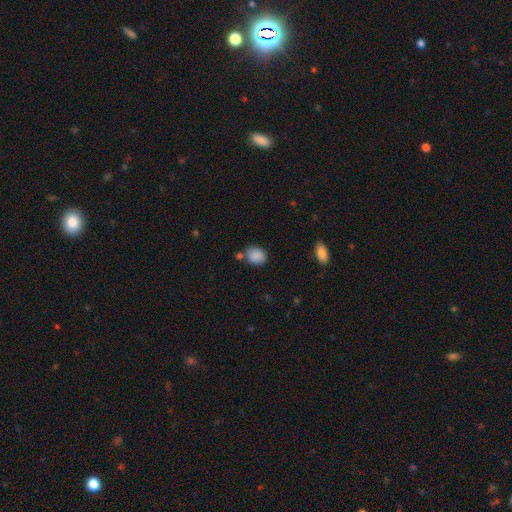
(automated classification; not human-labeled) Smooth or featured?
  - smooth: 87% *
  - star or artifact: 8%
  - featured or disk: 5%
How rounded?
  - round: 53% *
  - in between: 45%
  - cigar-shaped: 1%
Merging?
  - none: 67% *
  - minor disturbance: 17%
  - merger: 12%
  - major disturbance: 4%